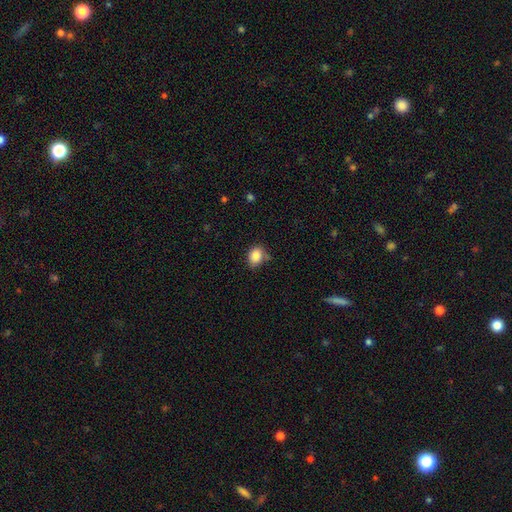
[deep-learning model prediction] Smooth or featured: smooth — 85% (star or artifact — 9%)
How rounded: in between — 61% (round — 38%)
Merging: none — 68% (minor disturbance — 22%)